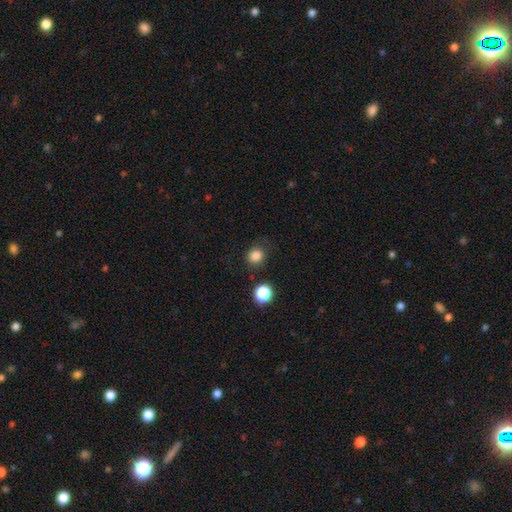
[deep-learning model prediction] This is clearly a smooth galaxy (83%). How rounded: clearly round (83%). Merging: likely none (80%).